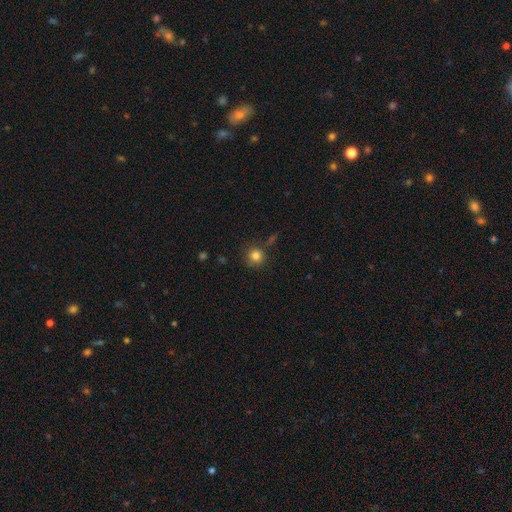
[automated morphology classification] Overall: smooth (82%). How rounded: round (93%). Merging: none (80%).